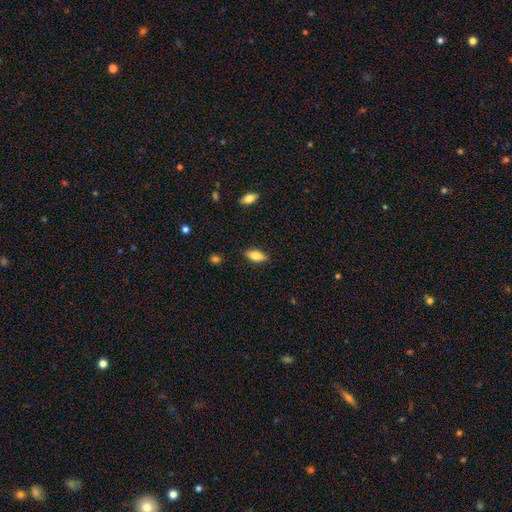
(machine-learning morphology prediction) The model was most divided on "smooth or featured": smooth: 77%, featured or disk: 16%, star or artifact: 7%. More confident: merging — none (87%); how rounded — in between (80%).